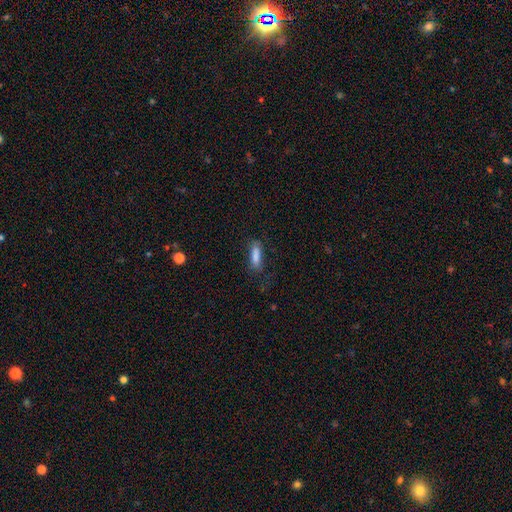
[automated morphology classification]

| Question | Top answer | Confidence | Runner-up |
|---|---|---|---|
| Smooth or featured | smooth | 83% | featured or disk (9%) |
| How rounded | cigar-shaped | 55% | in between (42%) |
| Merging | none | 73% | minor disturbance (18%) |